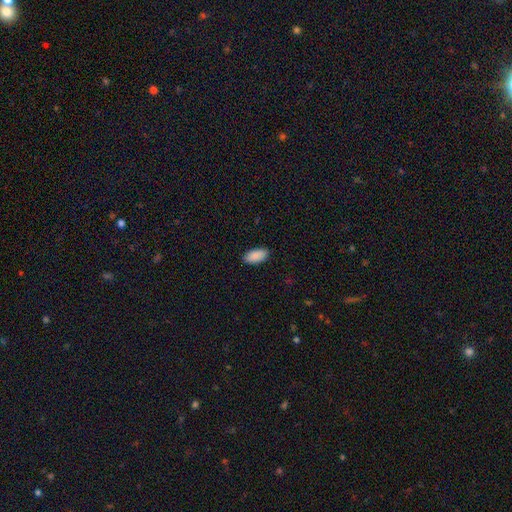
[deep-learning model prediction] Smooth or featured?
  - smooth: 91% *
  - star or artifact: 6%
  - featured or disk: 3%
How rounded?
  - in between: 94% *
  - cigar-shaped: 4%
  - round: 2%
Merging?
  - none: 90% *
  - minor disturbance: 8%
  - major disturbance: 2%
  - merger: 1%